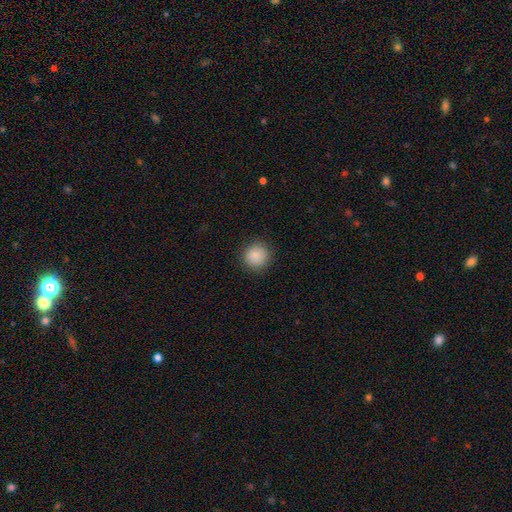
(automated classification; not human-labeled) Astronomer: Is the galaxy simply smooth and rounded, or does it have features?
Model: smooth — 88%.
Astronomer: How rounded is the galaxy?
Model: round — 93%.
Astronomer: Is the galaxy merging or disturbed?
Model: none — 89%.